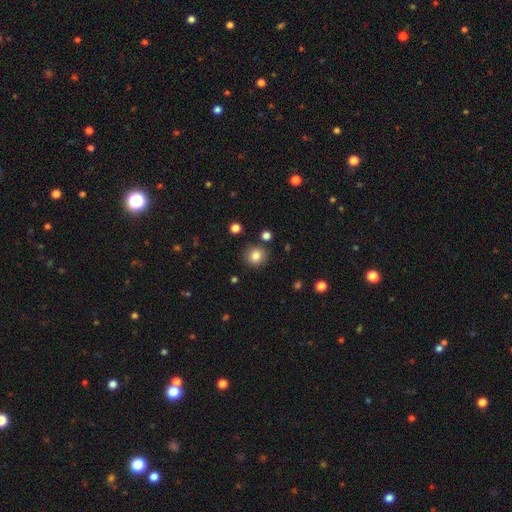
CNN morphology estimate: A smooth galaxy with no disk features (84%) that is round (91%).

Vote fractions:
- Smooth or featured? smooth: 84% / star or artifact: 11% / featured or disk: 6%
- How rounded? round: 91% / in between: 8% / cigar-shaped: 1%
- Merging? none: 86% / minor disturbance: 8% / merger: 3% / major disturbance: 2%